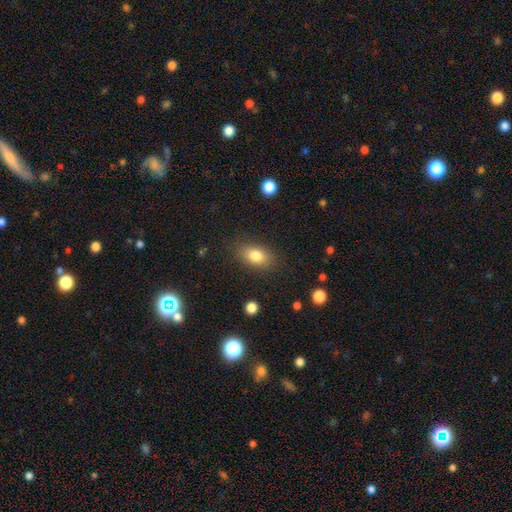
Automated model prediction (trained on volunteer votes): This is clearly a smooth galaxy (80%). How rounded: clearly in between (85%). Merging: clearly none (84%).